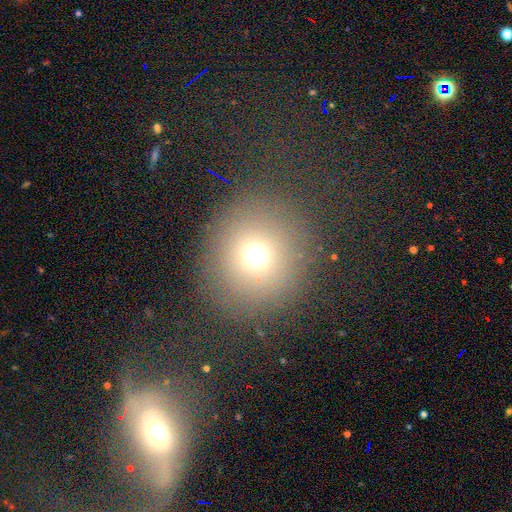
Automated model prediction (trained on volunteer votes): Smooth or featured: smooth — 67% (star or artifact — 24%)
How rounded: round — 90% (in between — 9%)
Merging: none — 85% (minor disturbance — 8%)